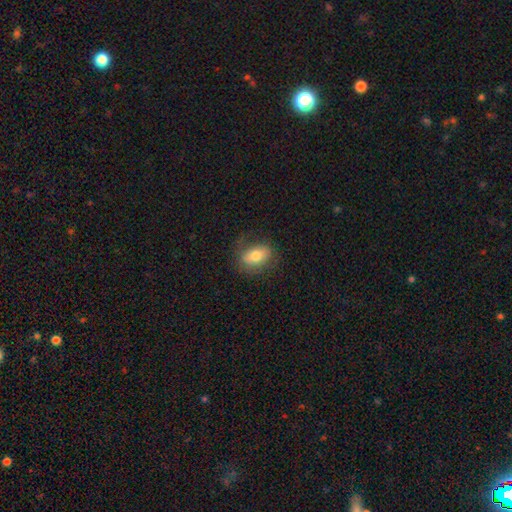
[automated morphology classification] The model was most divided on "smooth or featured": smooth: 70%, featured or disk: 23%, star or artifact: 8%. More confident: how rounded — in between (82%); merging — none (71%).